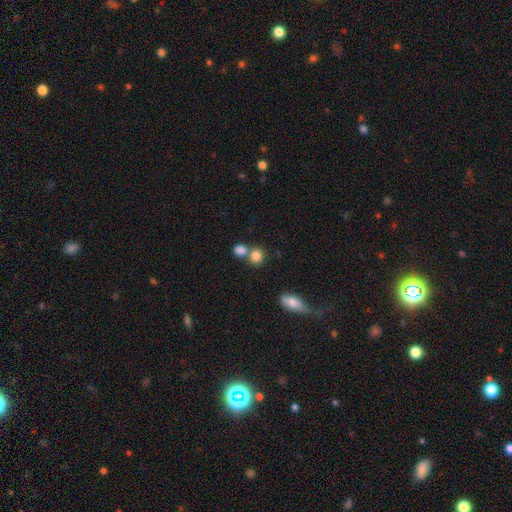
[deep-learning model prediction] Smooth or featured? Predicted: smooth (p=0.83). How rounded? Predicted: round (p=0.78). Merging? Predicted: none (p=0.50).